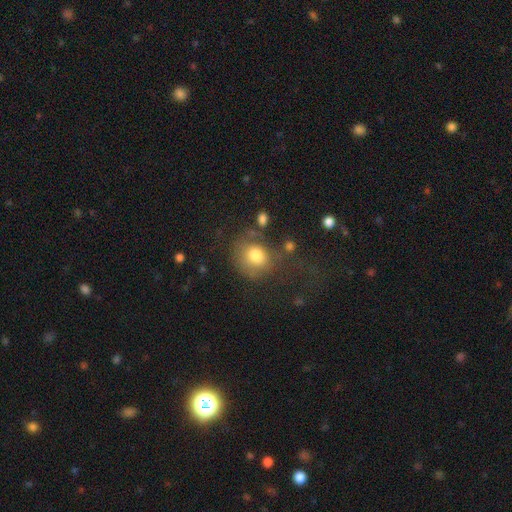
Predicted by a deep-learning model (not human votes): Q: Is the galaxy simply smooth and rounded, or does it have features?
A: smooth — 77%.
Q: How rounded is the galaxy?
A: round — 73%.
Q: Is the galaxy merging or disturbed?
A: none — 56%.